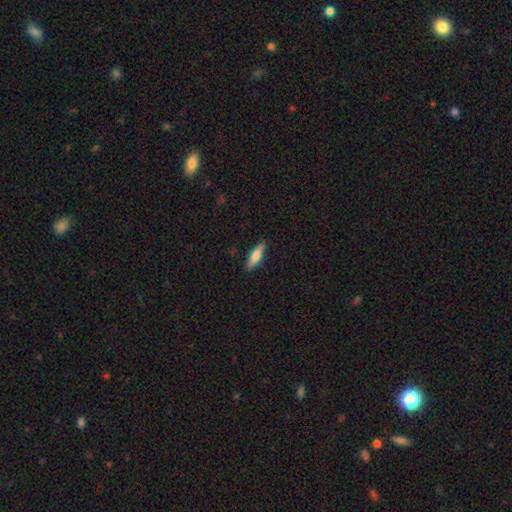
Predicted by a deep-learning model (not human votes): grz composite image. It shows a smooth galaxy with no disk features (76%) that is cigar-shaped (63%). Merging: none (88%).